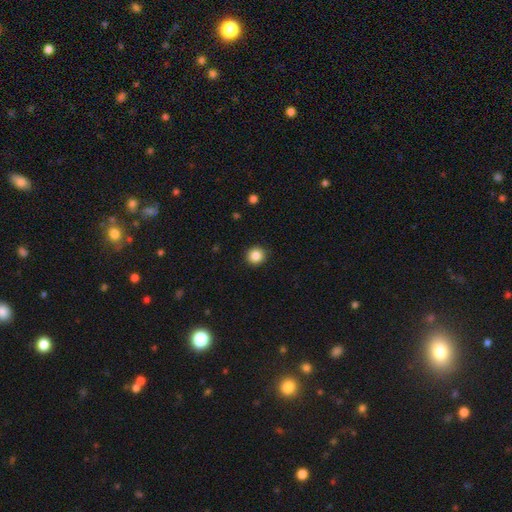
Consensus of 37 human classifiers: smooth 89%, featured or disk 5%, star or artifact 5%. Down the decision tree: how rounded — round (91%); merging — none (94%).